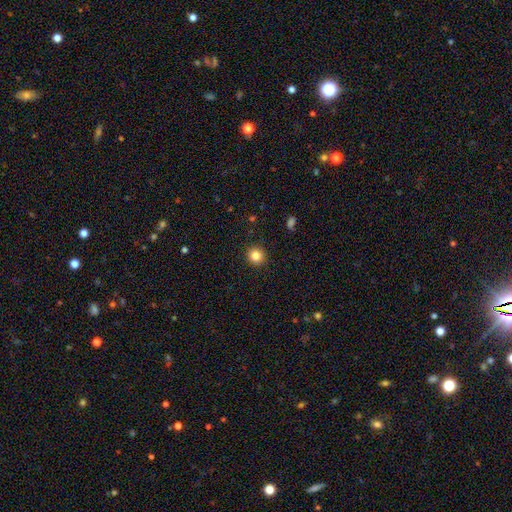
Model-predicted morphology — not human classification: type=smooth (84%); roundness=round (93%); merging=none (92%).